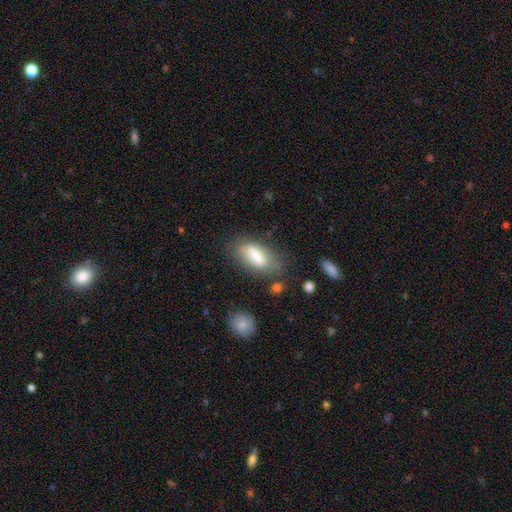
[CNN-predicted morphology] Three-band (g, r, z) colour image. It shows a smooth galaxy with no disk features (73%) that is in between round and cigar-shaped (74%). Merging: none (69%).